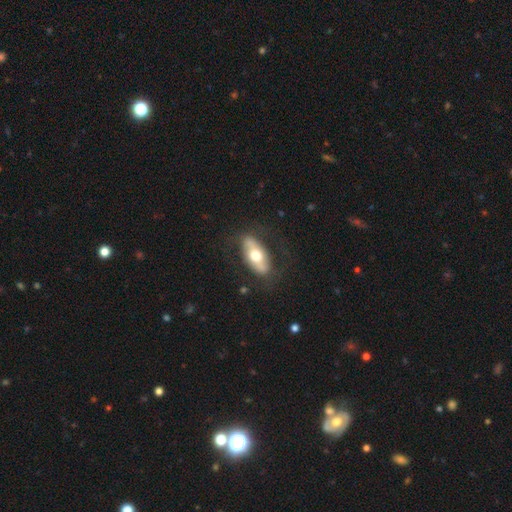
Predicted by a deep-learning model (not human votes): Smooth or featured: smooth — 51% (featured or disk — 43%)
How rounded: in between — 84% (cigar-shaped — 11%)
Merging: none — 77% (minor disturbance — 15%)